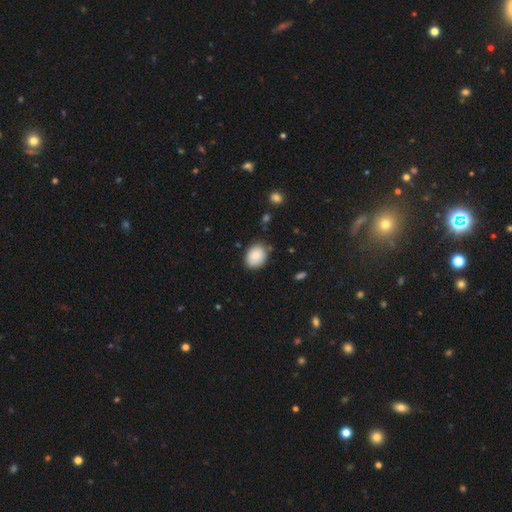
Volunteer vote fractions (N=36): Smooth or featured? 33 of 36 (92%) said smooth. How rounded? 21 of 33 (64%) said round. Merging? 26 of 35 (74%) said none.